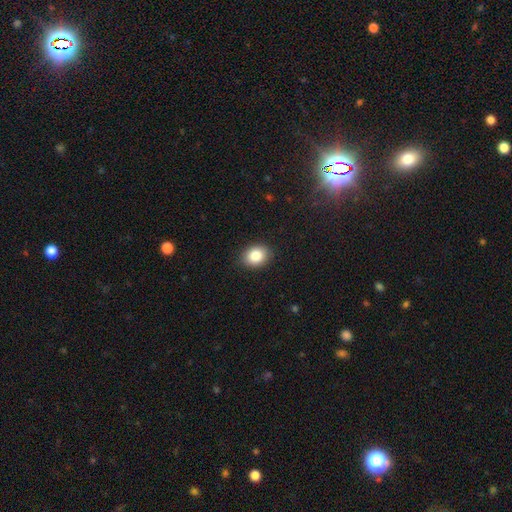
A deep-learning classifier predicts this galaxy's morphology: smooth_or_featured: smooth (p=0.85) [alt: star or artifact p=0.09]
how_rounded: in between (p=0.59) [alt: round p=0.40]
merging: none (p=0.88) [alt: minor disturbance p=0.08]